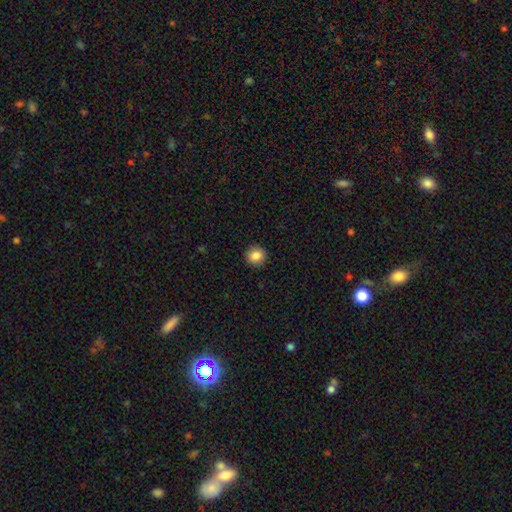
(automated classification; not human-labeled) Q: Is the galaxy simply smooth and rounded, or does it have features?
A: smooth — 86%.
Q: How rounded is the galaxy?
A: round — 88%.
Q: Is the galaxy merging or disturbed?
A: none — 91%.